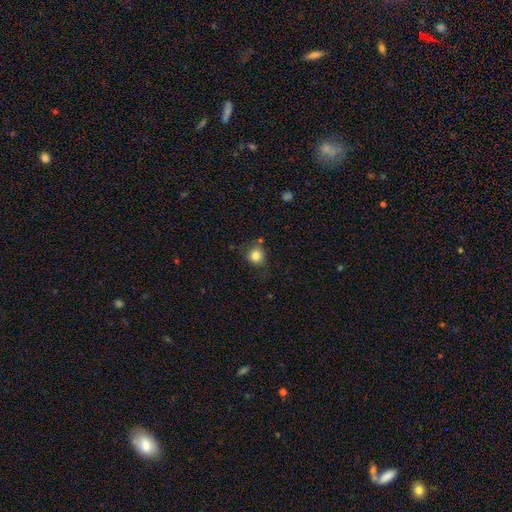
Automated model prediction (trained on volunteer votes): Smooth or featured? Predicted: smooth (p=0.82). How rounded? Predicted: round (p=0.85). Merging? Predicted: none (p=0.69).